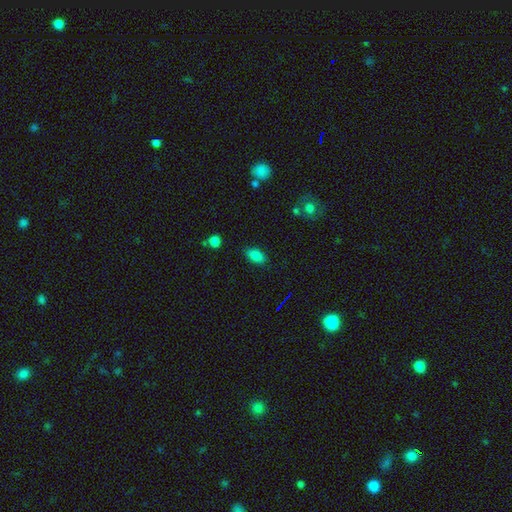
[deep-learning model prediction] smooth 84%, star or artifact 11%, featured or disk 5%. Down the decision tree: how rounded — in between (90%); merging — none (84%).